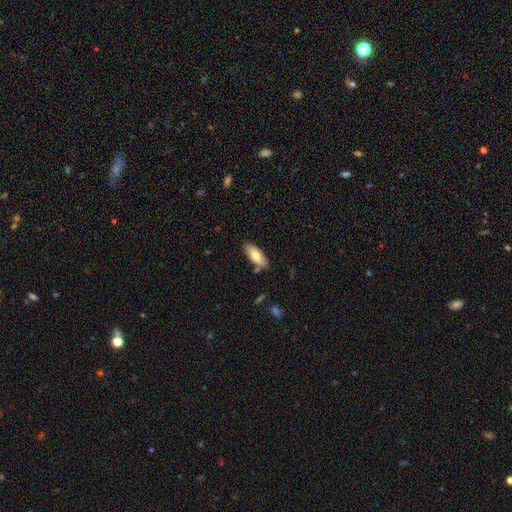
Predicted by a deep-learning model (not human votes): This appears to be a smooth galaxy with no disk features (77%) that is in between round and cigar-shaped (76%). Merging: none (78%).